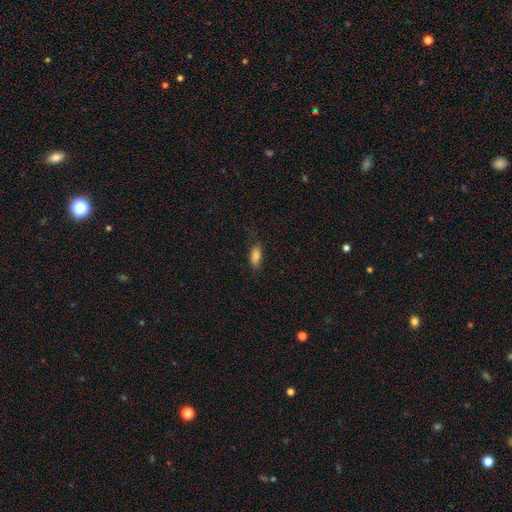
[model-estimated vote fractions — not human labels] The model was most divided on "merging": none: 74%, minor disturbance: 19%, major disturbance: 5%, merger: 1%. More confident: smooth or featured — smooth (83%); how rounded — in between (82%).